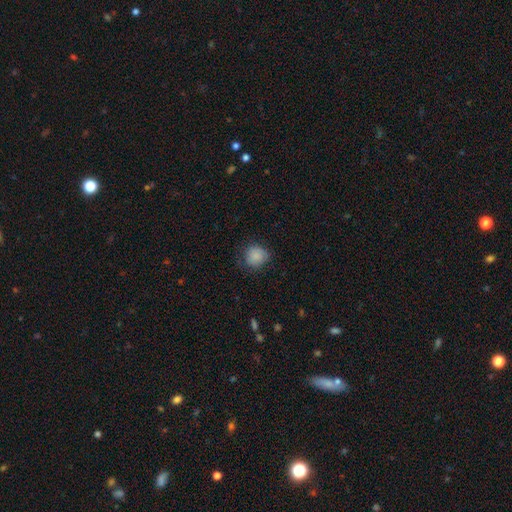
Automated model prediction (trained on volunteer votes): Smooth or featured: smooth — 85% (star or artifact — 9%)
How rounded: round — 81% (in between — 18%)
Merging: none — 72% (minor disturbance — 21%)